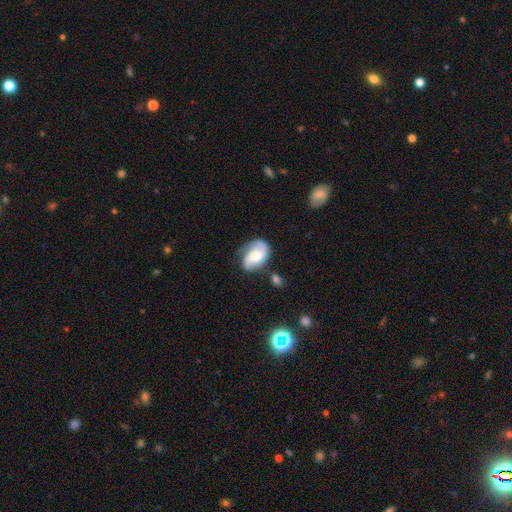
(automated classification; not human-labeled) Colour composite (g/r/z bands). It shows a featured or disk galaxy (72%) with no bar (55%), 2 (84%) medium (45%) spiral arms (93%) and a moderate central bulge (47%). Merging: none (61%).